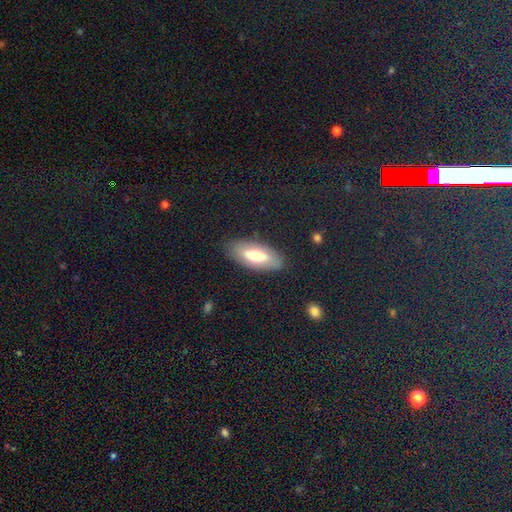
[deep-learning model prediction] A smooth galaxy with no disk features (59%) that is in between round and cigar-shaped (81%). Merging: none (83%).